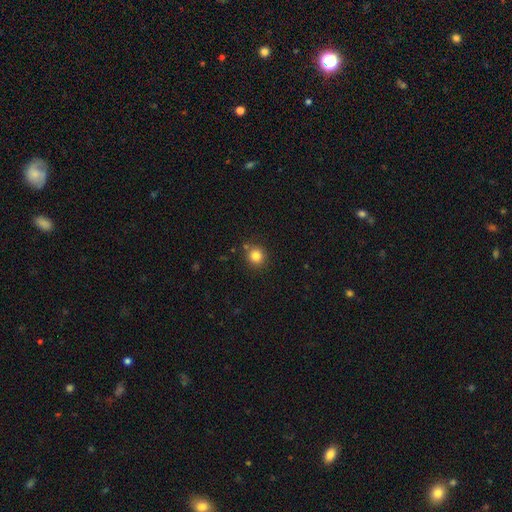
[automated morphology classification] Smooth or featured?
  - smooth: 83% *
  - star or artifact: 12%
  - featured or disk: 5%
How rounded?
  - round: 91% *
  - in between: 8%
  - cigar-shaped: 1%
Merging?
  - none: 84% *
  - minor disturbance: 9%
  - merger: 5%
  - major disturbance: 2%